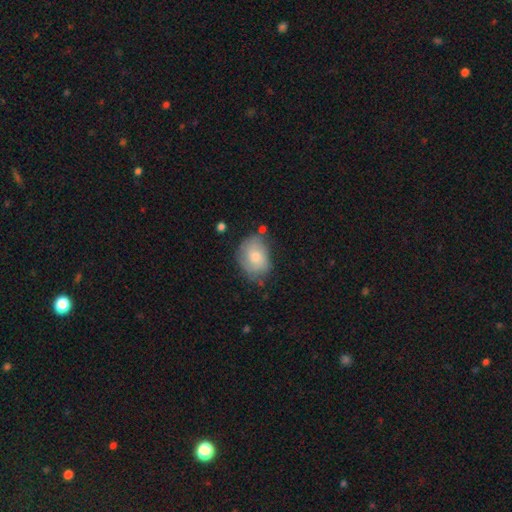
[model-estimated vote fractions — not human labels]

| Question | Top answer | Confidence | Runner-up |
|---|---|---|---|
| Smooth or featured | smooth | 62% | featured or disk (30%) |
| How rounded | in between | 64% | round (35%) |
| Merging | none | 60% | minor disturbance (28%) |